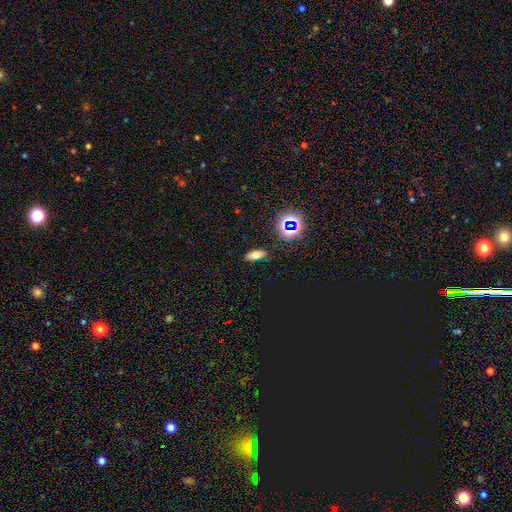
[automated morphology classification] type=smooth (65%); roundness=in between (83%); merging=none (84%).